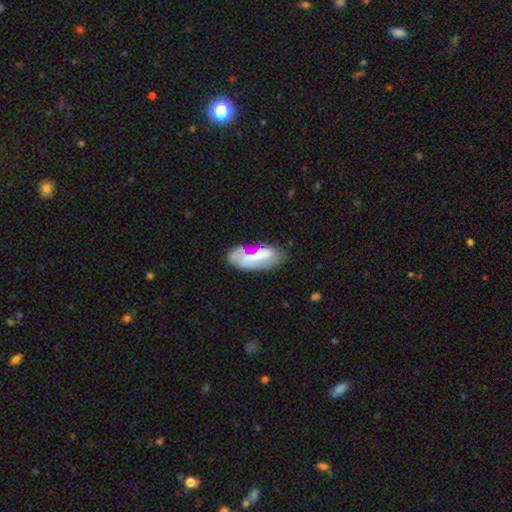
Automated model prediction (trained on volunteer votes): Smooth or featured? smooth (51%)
How rounded? in between (79%)
Merging? none (52%)